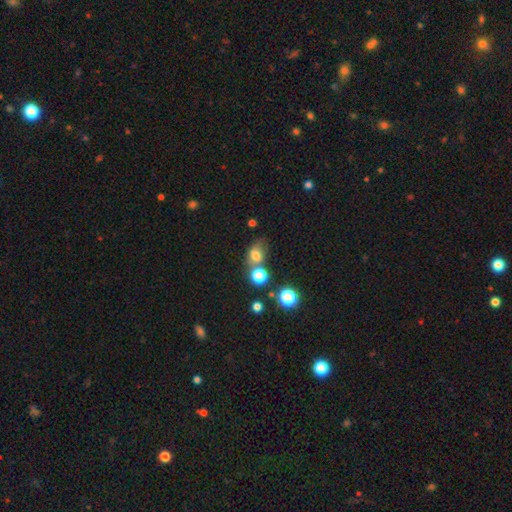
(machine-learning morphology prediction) type=smooth (72%); roundness=in between (55%); merging=none (47%).